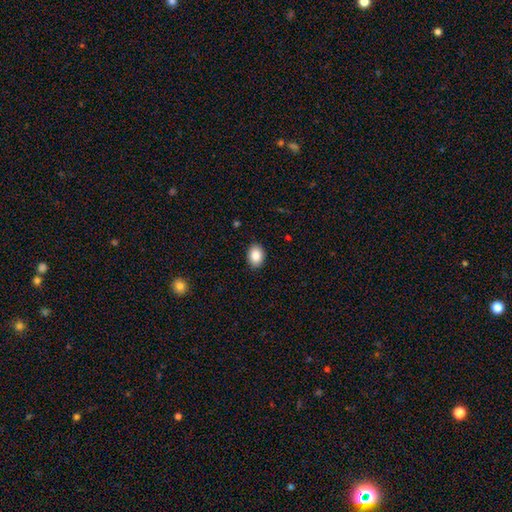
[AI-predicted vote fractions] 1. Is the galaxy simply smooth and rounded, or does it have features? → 88% smooth, 8% star or artifact, 4% featured or disk.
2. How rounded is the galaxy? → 71% in between, 28% round, 1% cigar-shaped.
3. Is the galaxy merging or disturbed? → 89% none, 8% minor disturbance, 2% major disturbance, 1% merger.